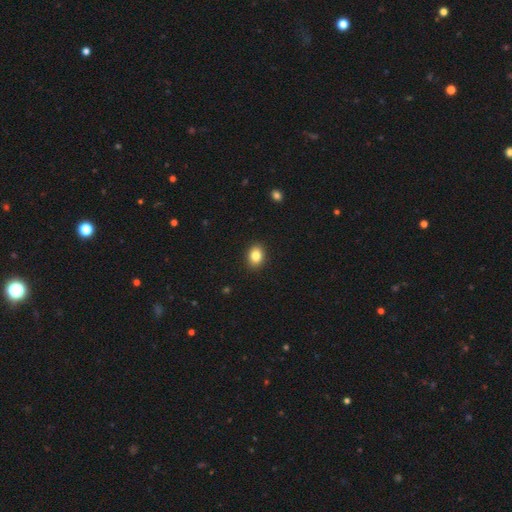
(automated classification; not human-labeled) Smooth or featured? Predicted: smooth (p=0.84). How rounded? Predicted: in between (p=0.62). Merging? Predicted: none (p=0.91).